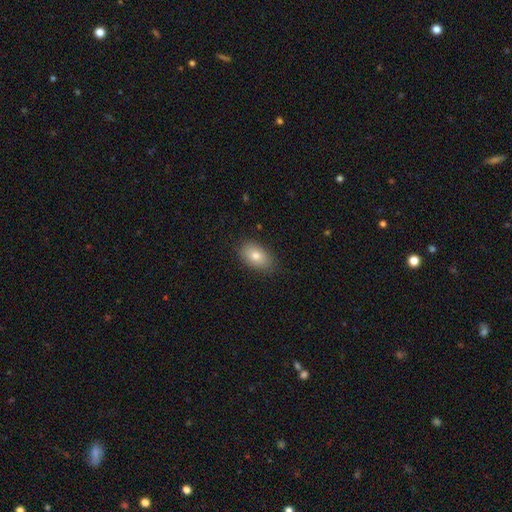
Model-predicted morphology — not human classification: Smooth or featured?
  - smooth: 80% *
  - featured or disk: 12%
  - star or artifact: 8%
How rounded?
  - in between: 89% *
  - round: 9%
  - cigar-shaped: 2%
Merging?
  - none: 85% *
  - minor disturbance: 12%
  - major disturbance: 2%
  - merger: 1%